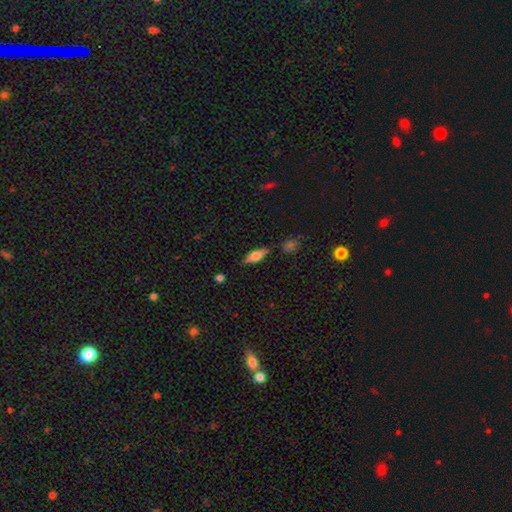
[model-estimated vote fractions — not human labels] Smooth or featured: smooth — 58% (featured or disk — 35%)
How rounded: in between — 61% (cigar-shaped — 35%)
Merging: none — 79% (minor disturbance — 14%)